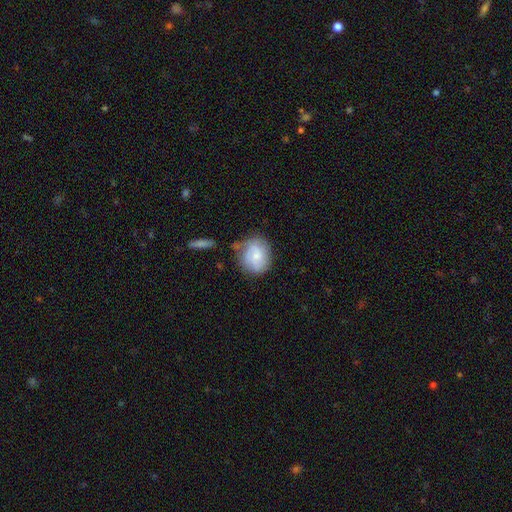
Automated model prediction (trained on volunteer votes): Smooth or featured? smooth (58%)
How rounded? round (67%)
Merging? none (58%)